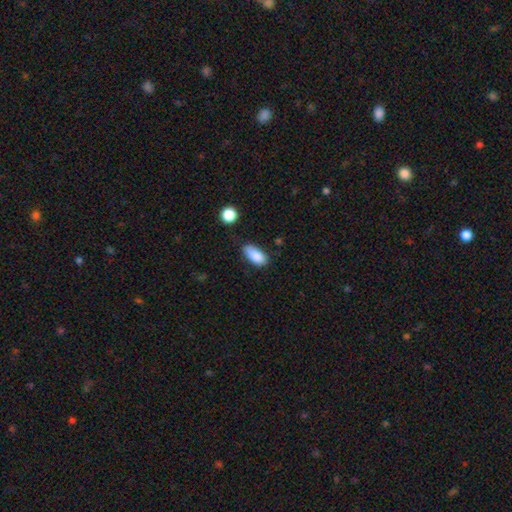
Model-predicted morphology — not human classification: smooth-or-featured: smooth: 87% | star or artifact: 8% | featured or disk: 5%
  how-rounded: in between: 90% | cigar-shaped: 7% | round: 3%
  merging: none: 65% | minor disturbance: 27% | major disturbance: 5% | merger: 3%